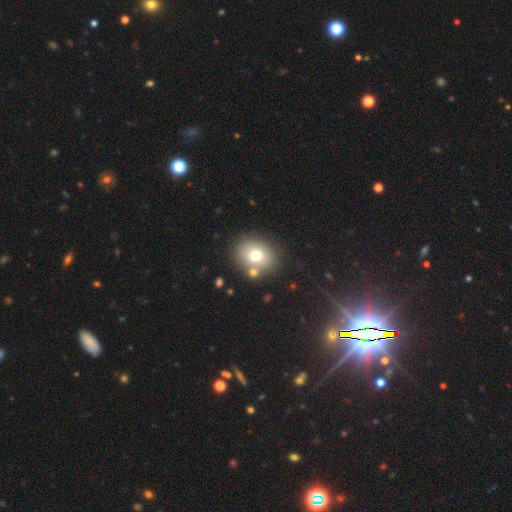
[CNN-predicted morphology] Smooth or featured? smooth (72%)
How rounded? round (56%)
Merging? none (76%)